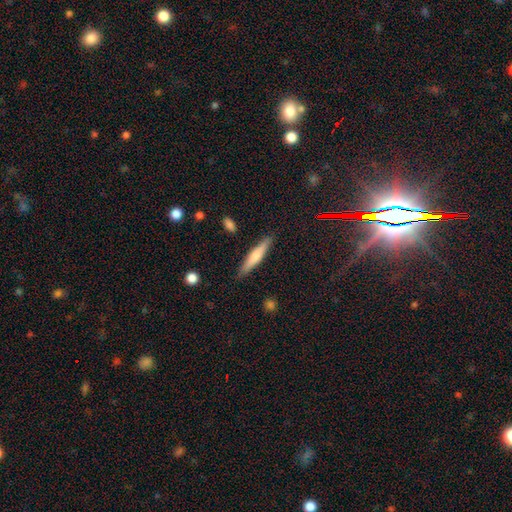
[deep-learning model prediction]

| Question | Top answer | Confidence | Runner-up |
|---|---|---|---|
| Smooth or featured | smooth | 58% | featured or disk (36%) |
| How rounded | cigar-shaped | 88% | in between (10%) |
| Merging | none | 87% | minor disturbance (10%) |